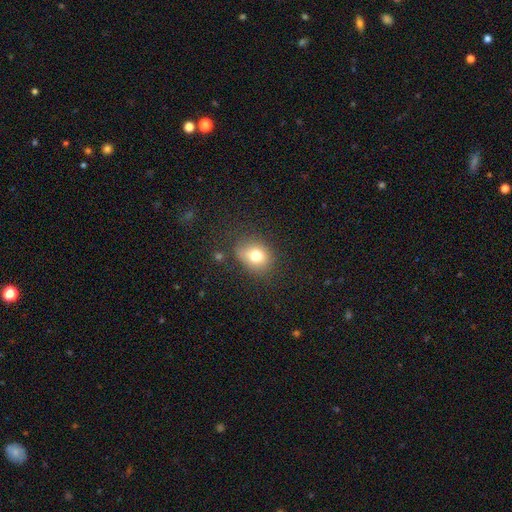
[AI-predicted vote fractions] Smooth or featured? smooth (76%)
How rounded? round (56%)
Merging? none (74%)